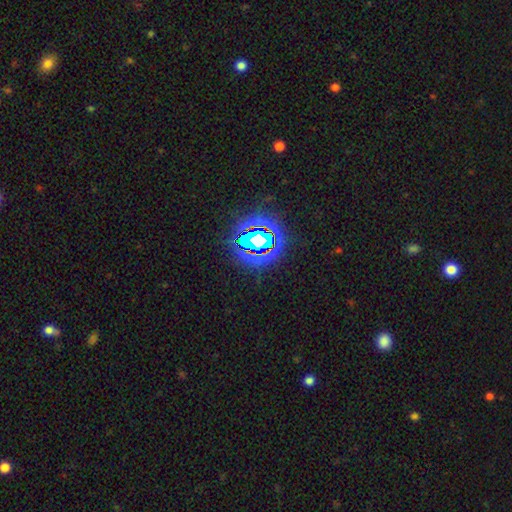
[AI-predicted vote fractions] The model was most divided on "smooth or featured": star or artifact: 83%, smooth: 10%, featured or disk: 7%.